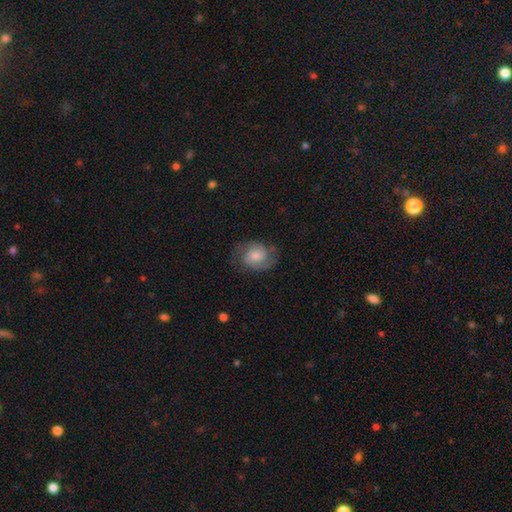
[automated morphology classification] featured or disk 60%, smooth 33%, star or artifact 8%. Down the decision tree: edge-on disk — no (97%); bar — no (63%); spiral arms — yes (91%); spiral arm count — 2 (84%); spiral winding — medium (48%); bulge size — moderate (42%); merging — none (71%).